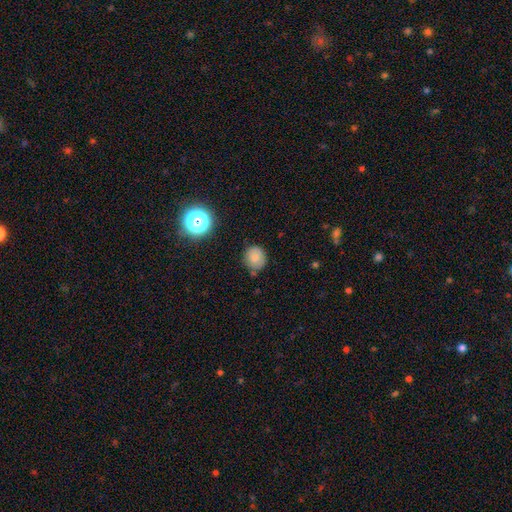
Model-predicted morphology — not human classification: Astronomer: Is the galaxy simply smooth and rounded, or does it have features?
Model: smooth — 78%.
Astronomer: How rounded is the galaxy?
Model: round — 80%.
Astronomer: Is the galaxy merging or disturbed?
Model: none — 77%.